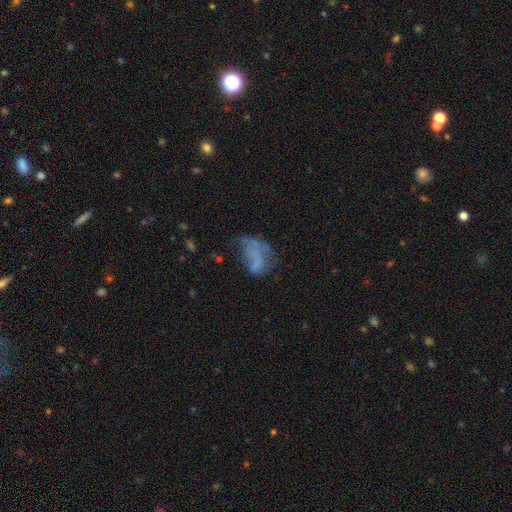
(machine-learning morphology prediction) A smooth galaxy with no disk features (46%).

Vote fractions:
- Smooth or featured? smooth: 46% / featured or disk: 36% / star or artifact: 18%
- Merging? major disturbance: 42% / none: 27% / minor disturbance: 24% / merger: 7%